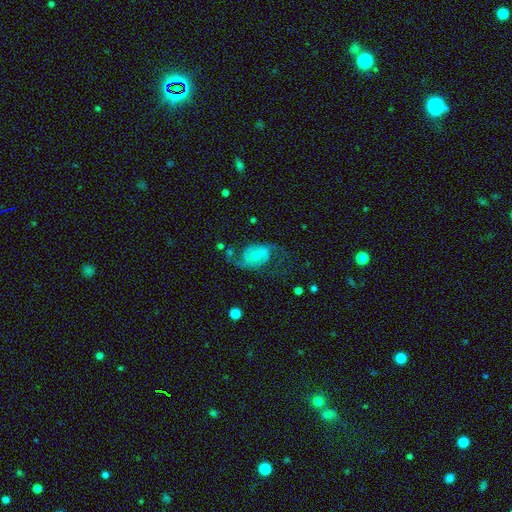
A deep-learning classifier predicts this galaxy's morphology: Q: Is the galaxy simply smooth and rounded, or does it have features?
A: featured or disk — 81%.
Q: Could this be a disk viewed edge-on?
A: no — 97%.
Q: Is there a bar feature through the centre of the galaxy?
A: no — 68%.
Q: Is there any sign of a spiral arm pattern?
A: yes — 92%.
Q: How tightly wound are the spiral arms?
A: medium — 44%.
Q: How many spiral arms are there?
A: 2 — 85%.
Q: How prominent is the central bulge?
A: moderate — 60%.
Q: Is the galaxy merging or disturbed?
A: none — 57%.